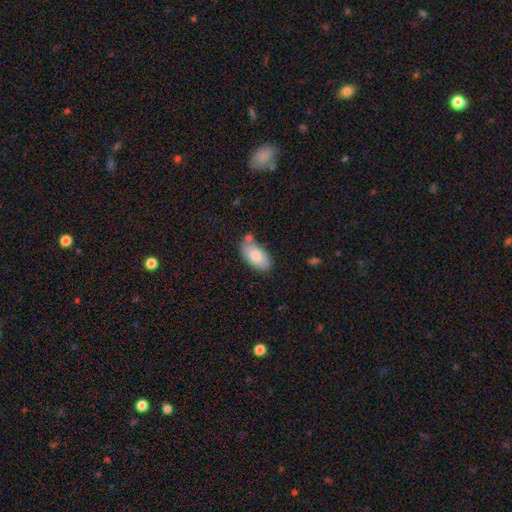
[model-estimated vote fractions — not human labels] Q: Smooth or featured?
A: smooth (79%); runner-up: featured or disk (14%)
Q: How rounded?
A: in between (94%); runner-up: cigar-shaped (3%)
Q: Merging?
A: none (64%); runner-up: minor disturbance (19%)